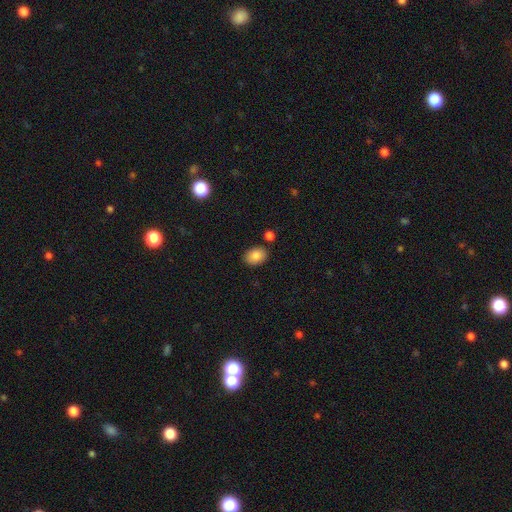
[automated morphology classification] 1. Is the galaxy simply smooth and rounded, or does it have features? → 86% smooth, 8% star or artifact, 6% featured or disk.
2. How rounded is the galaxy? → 76% in between, 23% round, 1% cigar-shaped.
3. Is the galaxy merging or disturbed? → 82% none, 10% minor disturbance, 5% merger, 2% major disturbance.